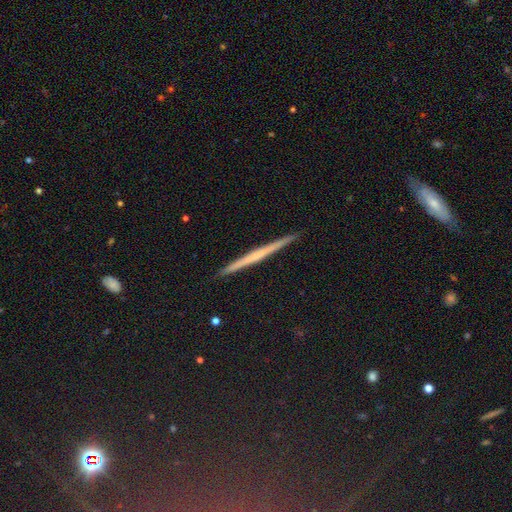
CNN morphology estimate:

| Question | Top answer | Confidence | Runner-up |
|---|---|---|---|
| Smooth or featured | featured or disk | 57% | smooth (33%) |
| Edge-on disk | yes | 98% | no (2%) |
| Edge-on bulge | none | 79% | rounded (15%) |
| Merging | none | 93% | minor disturbance (5%) |